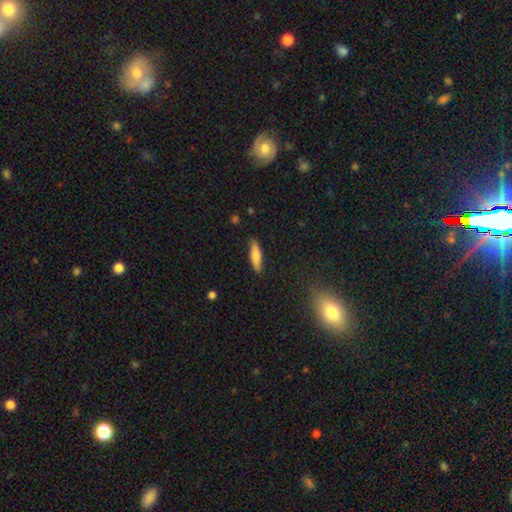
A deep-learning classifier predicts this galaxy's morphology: A smooth galaxy with no disk features (74%) that is cigar-shaped (74%). Merging: none (85%).